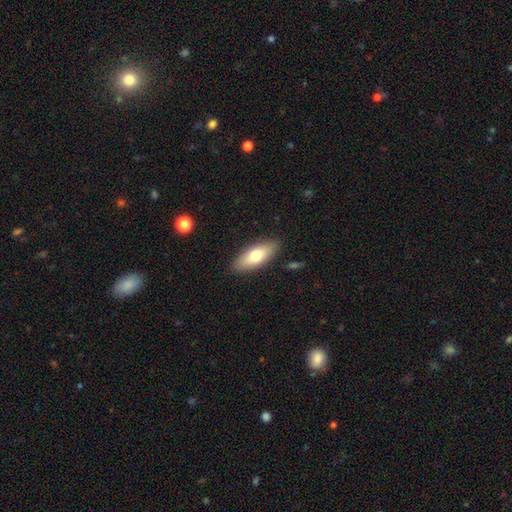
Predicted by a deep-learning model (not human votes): Smooth or featured? Predicted: smooth (p=0.70). How rounded? Predicted: in between (p=0.77). Merging? Predicted: none (p=0.87).